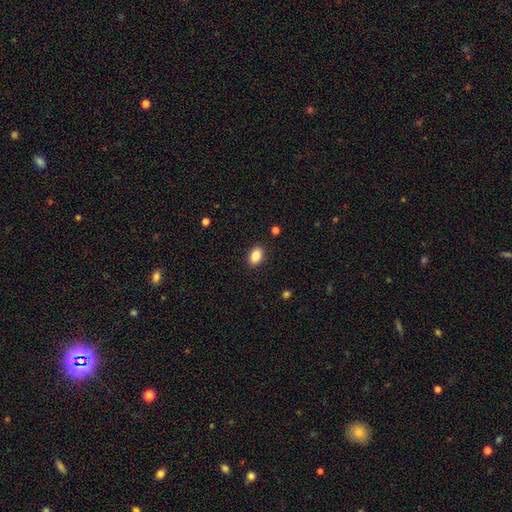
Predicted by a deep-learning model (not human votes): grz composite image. It shows a smooth galaxy with no disk features (86%) that is in between round and cigar-shaped (85%). Merging: none (89%).